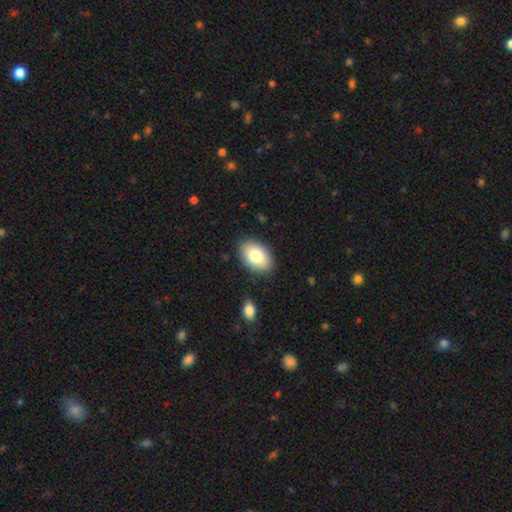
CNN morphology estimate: smooth_or_featured: smooth (p=0.81) [alt: featured or disk p=0.12]
how_rounded: in between (p=0.89) [alt: round p=0.10]
merging: none (p=0.86) [alt: minor disturbance p=0.10]